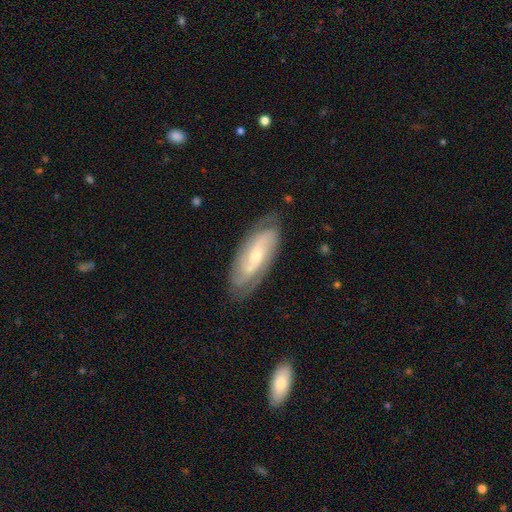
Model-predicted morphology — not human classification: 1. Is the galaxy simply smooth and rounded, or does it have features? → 78% featured or disk, 16% smooth, 6% star or artifact.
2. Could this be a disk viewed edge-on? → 88% no, 12% yes.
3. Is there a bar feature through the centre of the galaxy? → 45% no, 37% weak, 18% strong.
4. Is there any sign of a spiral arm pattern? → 93% yes, 7% no.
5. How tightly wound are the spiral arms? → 41% medium, 38% tight, 21% loose.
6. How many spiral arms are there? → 65% 2, 19% can't tell, 9% 3, 3% 4, 3% 1, 2% more than 4.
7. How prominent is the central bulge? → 57% small, 39% moderate, 2% large, 1% none, 1% dominant.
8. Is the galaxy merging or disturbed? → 79% none, 16% minor disturbance, 4% major disturbance, 1% merger.